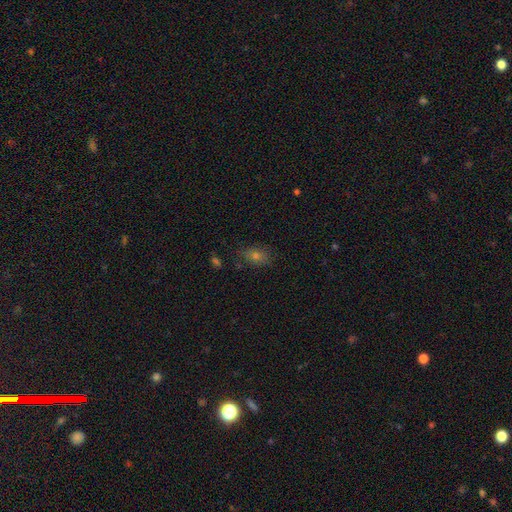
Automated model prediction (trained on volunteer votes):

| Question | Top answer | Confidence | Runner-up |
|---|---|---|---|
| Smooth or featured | smooth | 59% | star or artifact (26%) |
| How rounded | in between | 75% | round (22%) |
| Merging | none | 79% | minor disturbance (15%) |